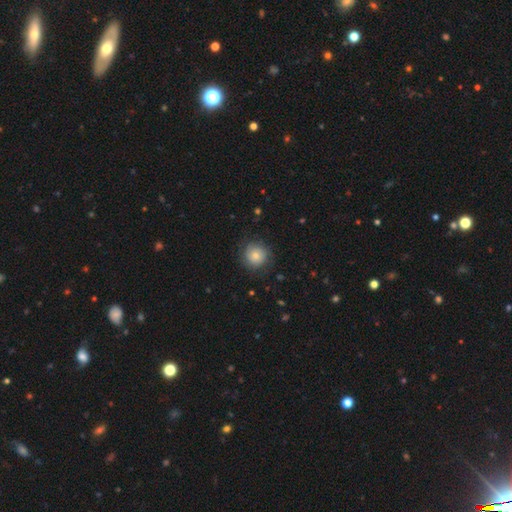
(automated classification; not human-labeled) Overall: smooth (67%). How rounded: round (93%). Merging: none (79%).